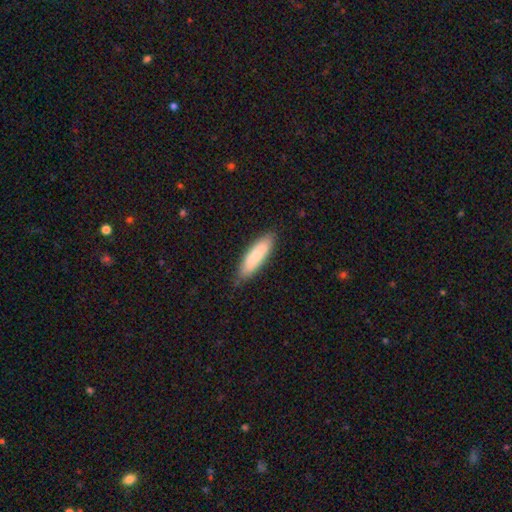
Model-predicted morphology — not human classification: A smooth galaxy with no disk features (80%) that is cigar-shaped (59%).

Vote fractions:
- Smooth or featured? smooth: 80% / featured or disk: 15% / star or artifact: 5%
- How rounded? cigar-shaped: 59% / in between: 39% / round: 1%
- Merging? none: 83% / minor disturbance: 14% / major disturbance: 2% / merger: 1%